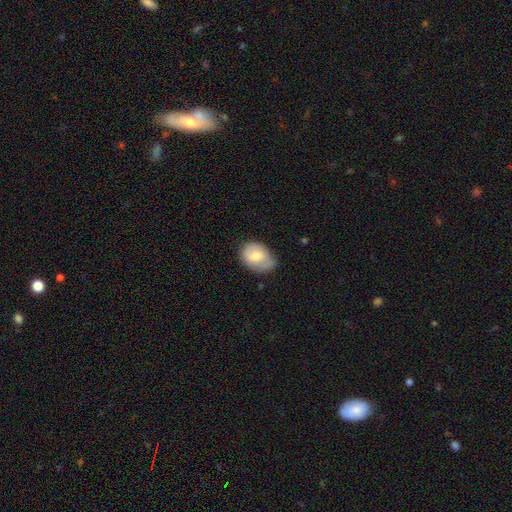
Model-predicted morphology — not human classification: Overall: smooth (71%). How rounded: in between (73%). Merging: none (52%; minor disturbance 37%).